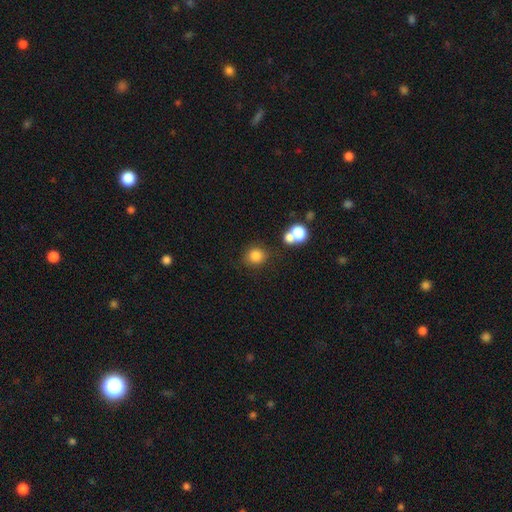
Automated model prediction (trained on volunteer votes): The model was most divided on "merging": none: 75%, merger: 10%, minor disturbance: 10%, major disturbance: 4%. More confident: how rounded — round (84%); smooth or featured — smooth (83%).